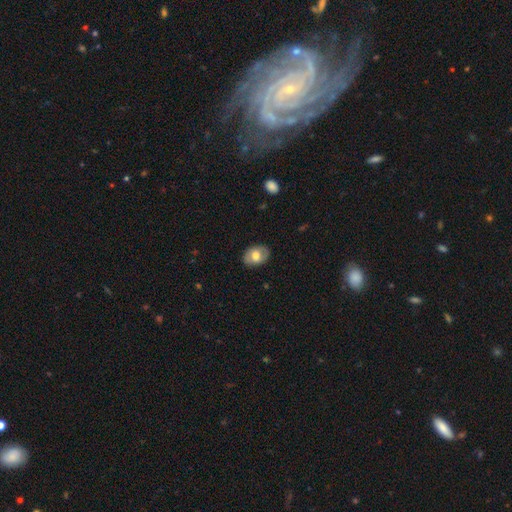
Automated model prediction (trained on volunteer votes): A smooth galaxy with no disk features (63%) that is in between round and cigar-shaped (73%).

Vote fractions:
- Smooth or featured? smooth: 63% / featured or disk: 30% / star or artifact: 7%
- How rounded? in between: 73% / round: 26% / cigar-shaped: 1%
- Merging? none: 84% / minor disturbance: 12% / major disturbance: 3% / merger: 1%